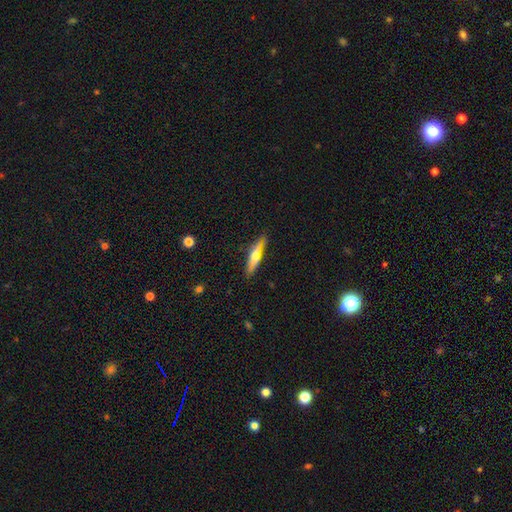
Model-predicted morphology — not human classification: smooth-or-featured: smooth: 48% | featured or disk: 45% | star or artifact: 7%
  merging: none: 85% | minor disturbance: 11% | major disturbance: 2% | merger: 2%